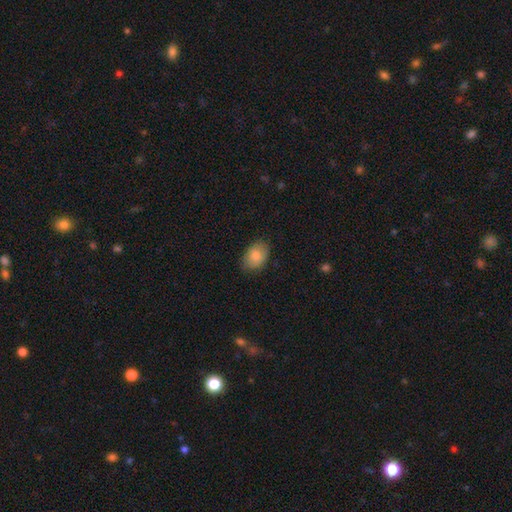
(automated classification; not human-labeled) smooth-or-featured: smooth: 82% | featured or disk: 11% | star or artifact: 7%
  how-rounded: in between: 81% | round: 18% | cigar-shaped: 1%
  merging: none: 82% | minor disturbance: 14% | major disturbance: 3% | merger: 1%